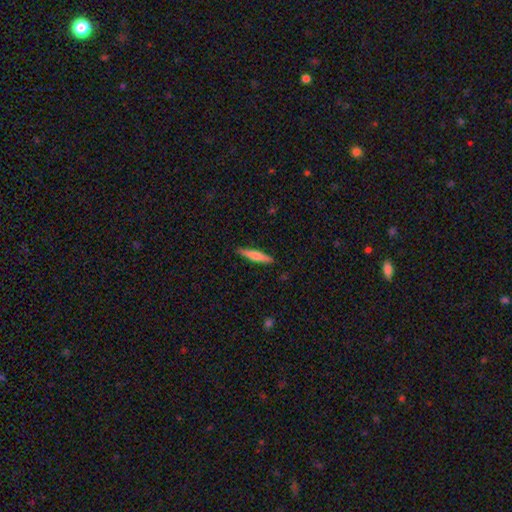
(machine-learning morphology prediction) This is likely a smooth galaxy (67%). How rounded: clearly cigar-shaped (89%). Merging: clearly none (89%).